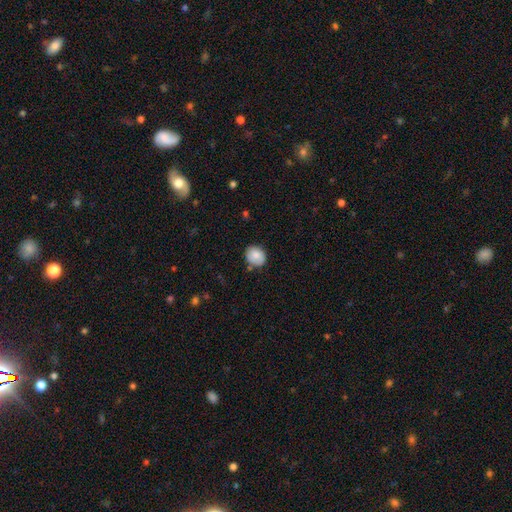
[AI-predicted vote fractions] Smooth or featured: smooth — 82% (featured or disk — 11%)
How rounded: round — 61% (in between — 38%)
Merging: none — 77% (minor disturbance — 17%)